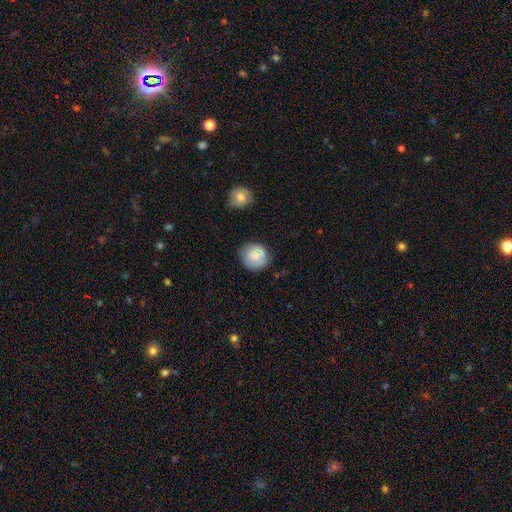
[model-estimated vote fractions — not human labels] This appears to be a smooth galaxy with no disk features (72%) that is round (88%). Merging: none (75%).